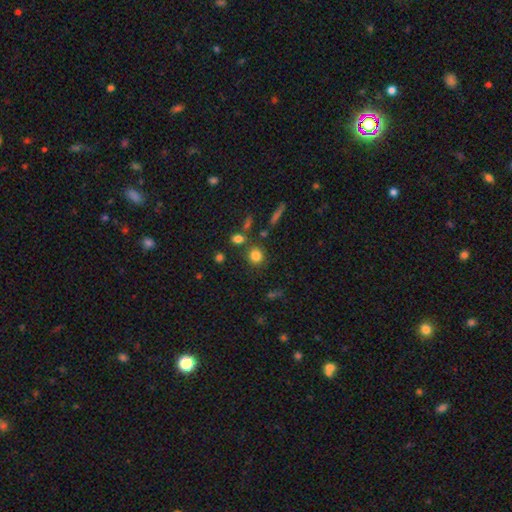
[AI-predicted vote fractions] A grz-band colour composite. It shows a smooth galaxy with no disk features (81%) that is round (81%). Merging: none (76%).